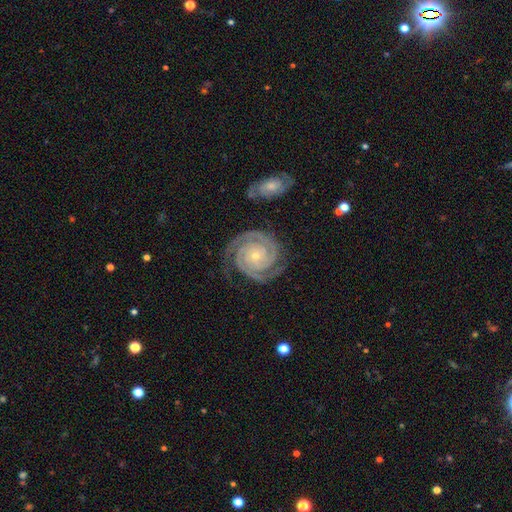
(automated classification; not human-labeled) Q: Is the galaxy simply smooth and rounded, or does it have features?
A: featured or disk — 93%.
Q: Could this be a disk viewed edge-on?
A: no — 98%.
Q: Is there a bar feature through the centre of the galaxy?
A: no — 76%.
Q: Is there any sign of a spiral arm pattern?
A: yes — 99%.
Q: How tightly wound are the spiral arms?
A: tight — 86%.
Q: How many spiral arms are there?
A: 2 — 68%.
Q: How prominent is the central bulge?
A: small — 79%.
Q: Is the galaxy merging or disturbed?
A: none — 80%.